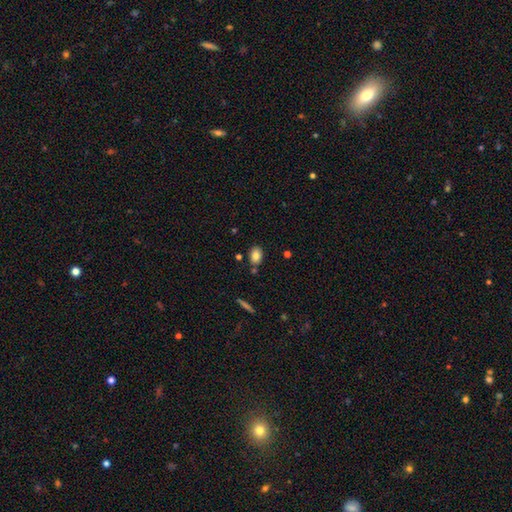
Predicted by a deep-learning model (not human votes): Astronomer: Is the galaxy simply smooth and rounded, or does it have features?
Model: smooth — 81%.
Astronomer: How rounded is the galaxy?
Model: in between — 80%.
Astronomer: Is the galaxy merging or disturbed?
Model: none — 79%.